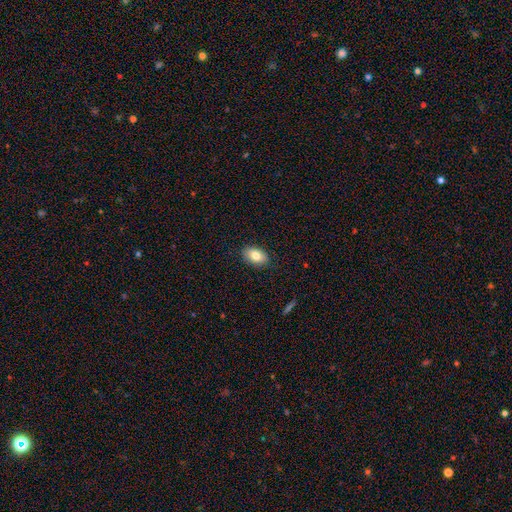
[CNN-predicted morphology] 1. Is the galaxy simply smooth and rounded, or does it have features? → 79% smooth, 14% featured or disk, 8% star or artifact.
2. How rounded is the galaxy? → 89% in between, 9% round, 1% cigar-shaped.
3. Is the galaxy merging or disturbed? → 87% none, 10% minor disturbance, 2% major disturbance, 1% merger.